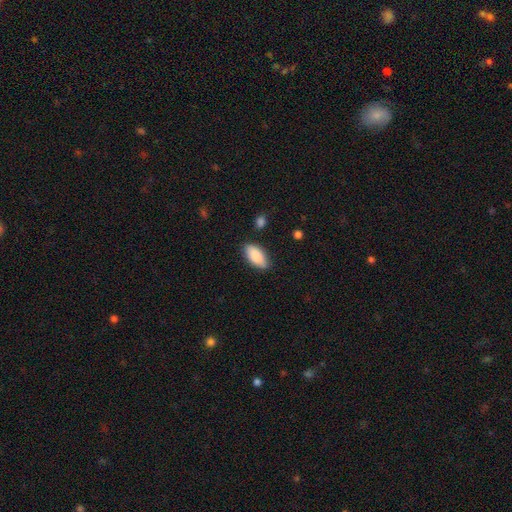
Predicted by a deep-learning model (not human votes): A smooth galaxy with no disk features (87%) that is in between round and cigar-shaped (90%).

Vote fractions:
- Smooth or featured? smooth: 87% / featured or disk: 7% / star or artifact: 6%
- How rounded? in between: 90% / cigar-shaped: 8% / round: 2%
- Merging? none: 82% / minor disturbance: 14% / major disturbance: 3% / merger: 2%